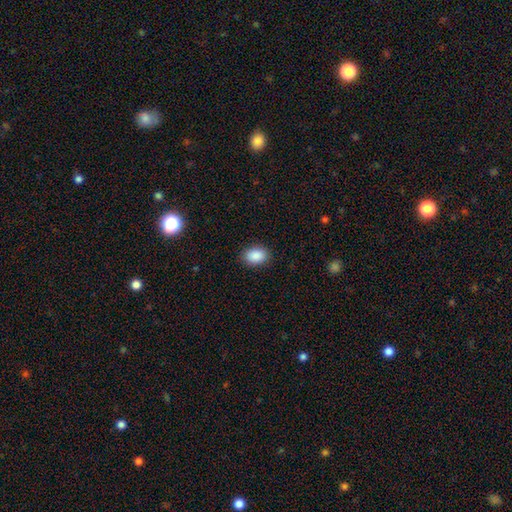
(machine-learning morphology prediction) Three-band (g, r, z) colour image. It shows a smooth galaxy with no disk features (89%) that is in between round and cigar-shaped (82%). Merging: none (89%).